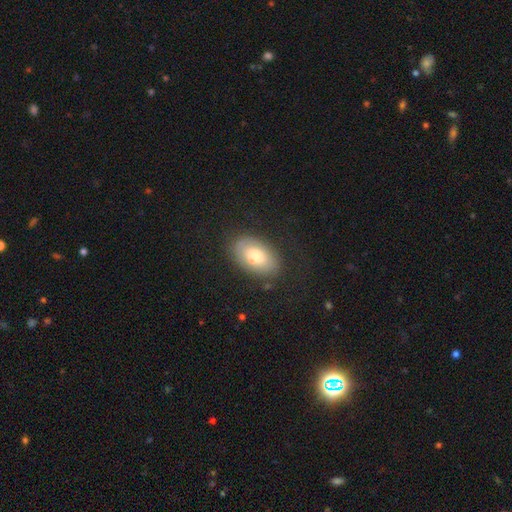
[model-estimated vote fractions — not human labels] A smooth galaxy with no disk features (63%) that is in between round and cigar-shaped (92%). Merging: none (78%).